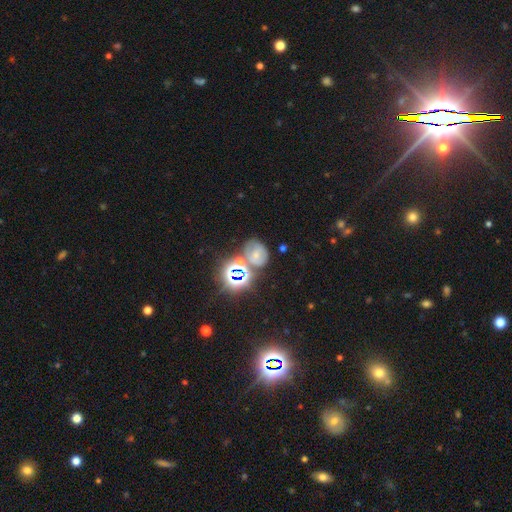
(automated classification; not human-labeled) Smooth or featured? Predicted: smooth (p=0.40). Merging? Predicted: none (p=0.49).